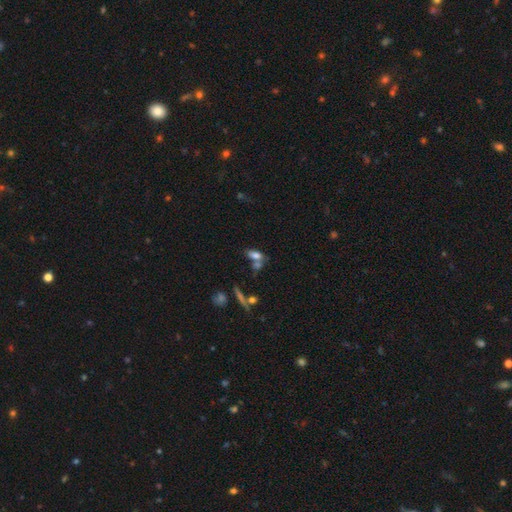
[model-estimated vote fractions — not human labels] Smooth or featured?
  - smooth: 71% *
  - featured or disk: 17%
  - star or artifact: 12%
How rounded?
  - in between: 81% *
  - cigar-shaped: 13%
  - round: 6%
Merging?
  - none: 45% *
  - merger: 37%
  - minor disturbance: 13%
  - major disturbance: 6%